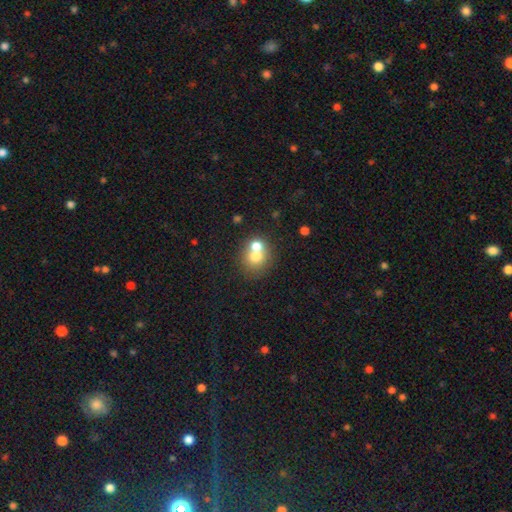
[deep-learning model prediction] This appears to be a smooth galaxy with no disk features (70%) that is round (77%). Merging: merger (48%).